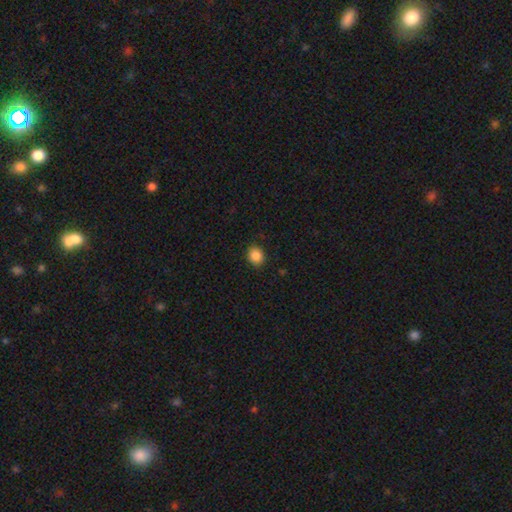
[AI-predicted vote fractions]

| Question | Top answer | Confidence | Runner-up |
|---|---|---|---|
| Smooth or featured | smooth | 87% | star or artifact (9%) |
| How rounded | round | 65% | in between (34%) |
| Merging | none | 87% | minor disturbance (10%) |